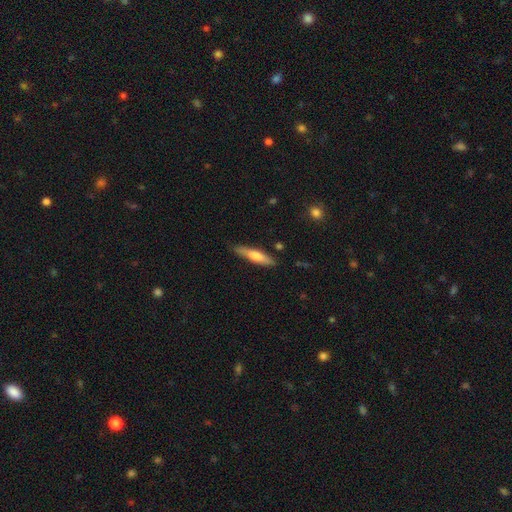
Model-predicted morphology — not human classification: smooth_or_featured: smooth (p=0.59) [alt: featured or disk p=0.35]
how_rounded: cigar-shaped (p=0.82) [alt: in between p=0.17]
merging: none (p=0.82) [alt: minor disturbance p=0.14]